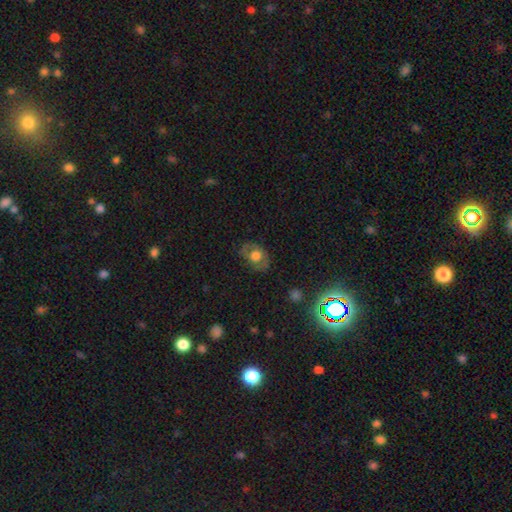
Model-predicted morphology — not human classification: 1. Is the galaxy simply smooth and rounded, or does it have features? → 50% smooth, 41% featured or disk, 10% star or artifact.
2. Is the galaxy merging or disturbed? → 74% none, 17% minor disturbance, 7% major disturbance, 1% merger.